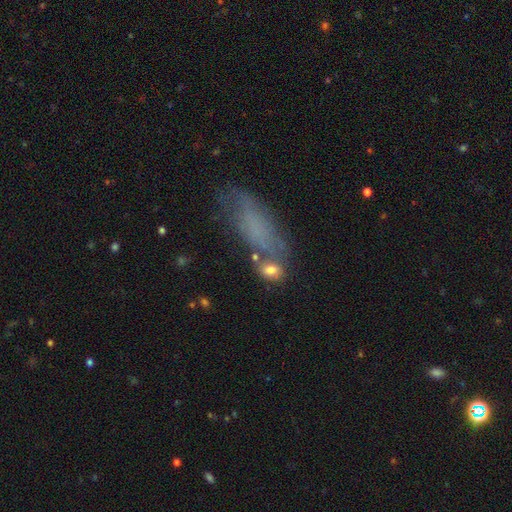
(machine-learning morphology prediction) Smooth or featured?
  - smooth: 62% *
  - featured or disk: 26%
  - star or artifact: 12%
How rounded?
  - in between: 69% *
  - cigar-shaped: 18%
  - round: 14%
Merging?
  - none: 47% *
  - minor disturbance: 23%
  - merger: 18%
  - major disturbance: 13%